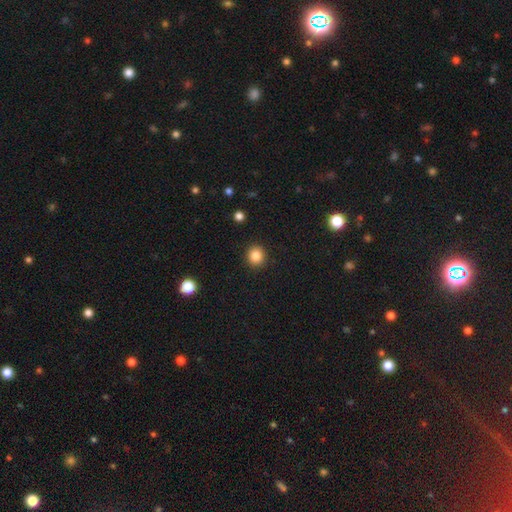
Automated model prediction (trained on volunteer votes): Smooth or featured?
  - smooth: 85% *
  - star or artifact: 10%
  - featured or disk: 4%
How rounded?
  - round: 89% *
  - in between: 10%
  - cigar-shaped: 1%
Merging?
  - none: 92% *
  - minor disturbance: 5%
  - major disturbance: 2%
  - merger: 1%